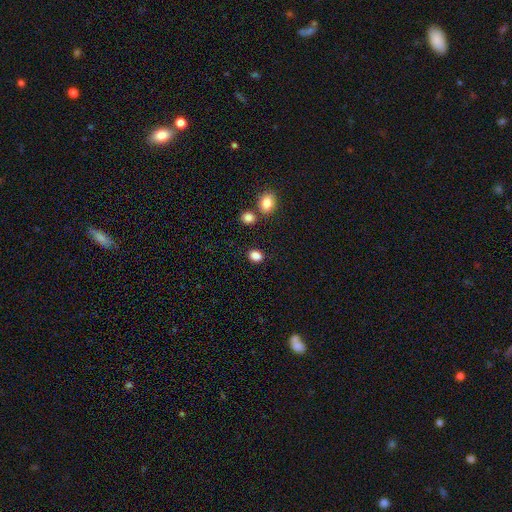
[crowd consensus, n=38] This is clearly a smooth galaxy (97%). How rounded: likely in between (62%). Merging: clearly none (89%).